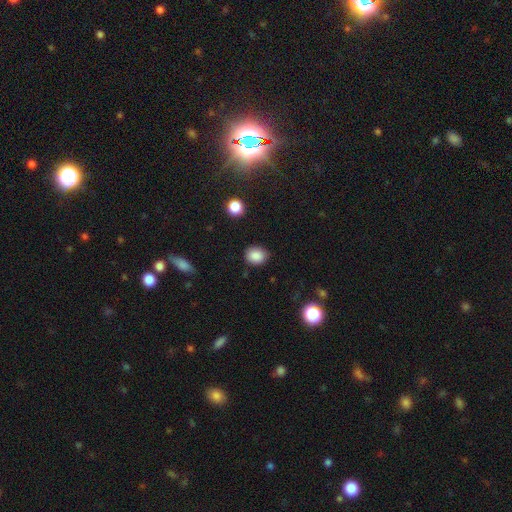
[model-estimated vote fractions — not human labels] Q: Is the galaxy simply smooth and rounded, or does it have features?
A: smooth — 87%.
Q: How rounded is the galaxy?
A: round — 61%.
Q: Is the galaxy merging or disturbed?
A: none — 84%.